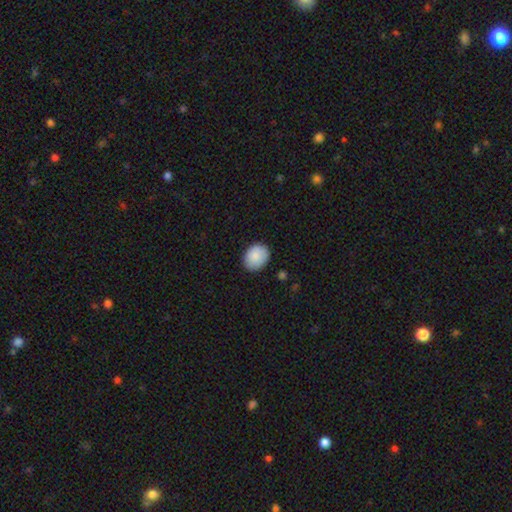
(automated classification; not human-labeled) smooth-or-featured: smooth: 86% | featured or disk: 7% | star or artifact: 7%
  how-rounded: in between: 52% | round: 47% | cigar-shaped: 1%
  merging: none: 86% | minor disturbance: 11% | major disturbance: 2% | merger: 1%